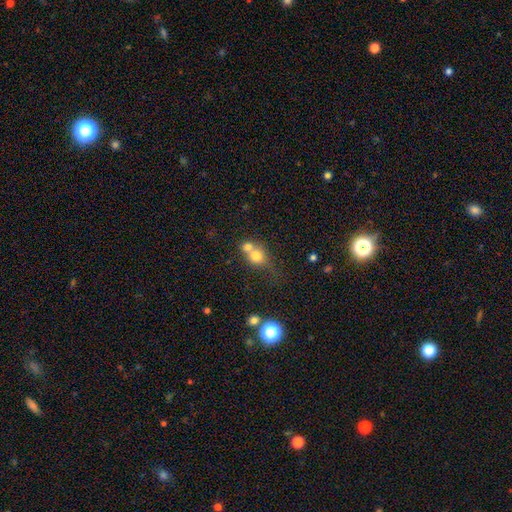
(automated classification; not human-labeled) smooth_or_featured: smooth (p=0.73) [alt: featured or disk p=0.16]
how_rounded: round (p=0.74) [alt: in between p=0.25]
merging: merger (p=0.59) [alt: none p=0.29]